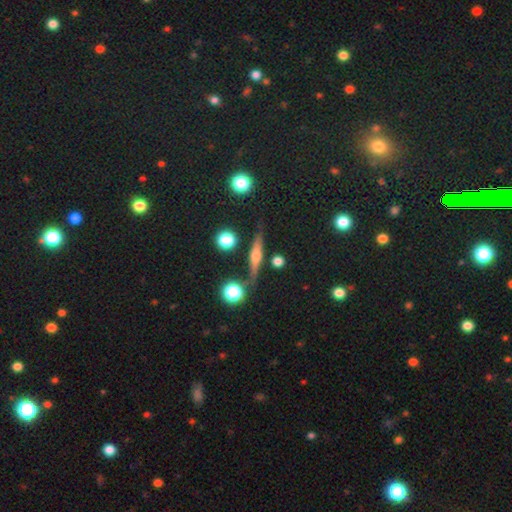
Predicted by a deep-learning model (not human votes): Smooth or featured: featured or disk — 65% (smooth — 26%)
Edge-on disk: yes — 95% (no — 5%)
Edge-on bulge: rounded — 85% (boxy — 8%)
Merging: none — 81% (minor disturbance — 11%)